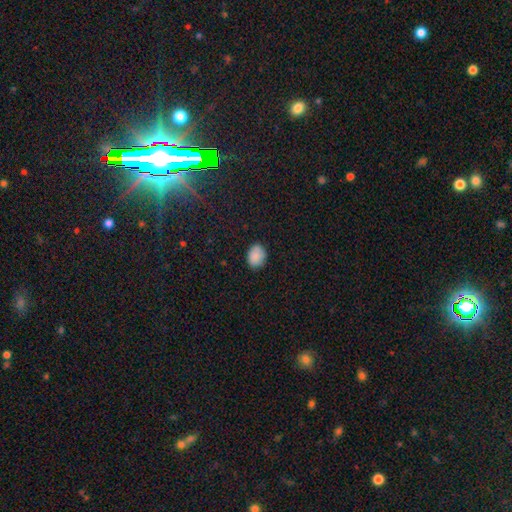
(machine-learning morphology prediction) Smooth or featured?
  - smooth: 88% *
  - star or artifact: 8%
  - featured or disk: 4%
How rounded?
  - in between: 60% *
  - round: 39%
  - cigar-shaped: 1%
Merging?
  - none: 84% *
  - minor disturbance: 13%
  - major disturbance: 2%
  - merger: 1%